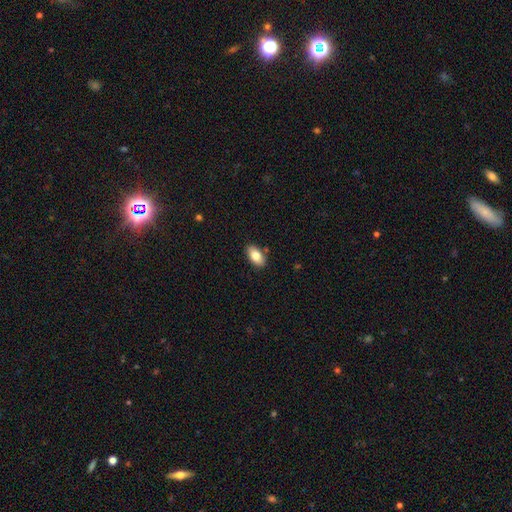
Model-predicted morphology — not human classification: Q: Smooth or featured?
A: smooth (81%); runner-up: featured or disk (12%)
Q: How rounded?
A: in between (93%); runner-up: round (4%)
Q: Merging?
A: none (85%); runner-up: minor disturbance (10%)